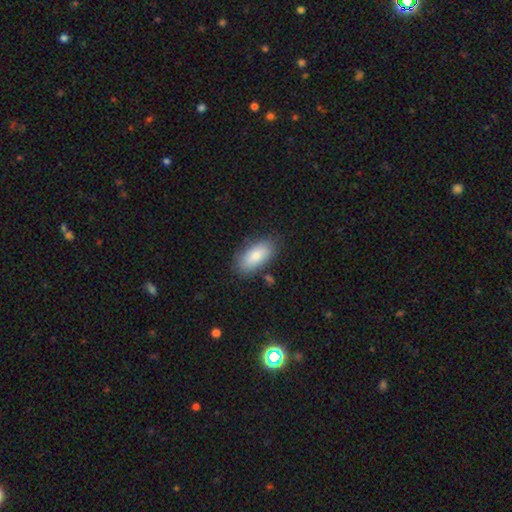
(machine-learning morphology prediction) A smooth galaxy with no disk features (83%) that is in between round and cigar-shaped (92%).

Vote fractions:
- Smooth or featured? smooth: 83% / featured or disk: 11% / star or artifact: 6%
- How rounded? in between: 92% / cigar-shaped: 5% / round: 3%
- Merging? none: 78% / minor disturbance: 15% / major disturbance: 4% / merger: 3%